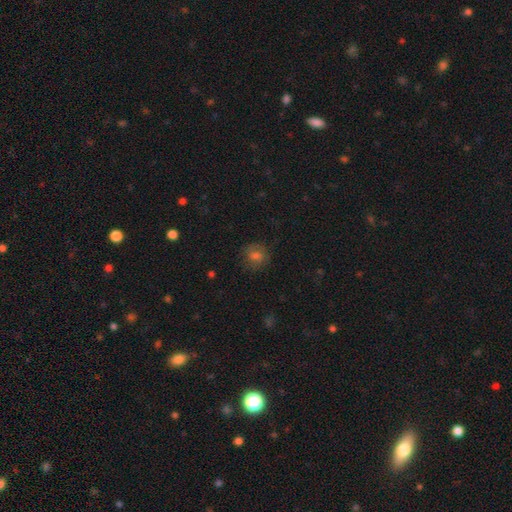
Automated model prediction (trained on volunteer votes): Overall: smooth (64%). How rounded: round (79%). Merging: none (81%).